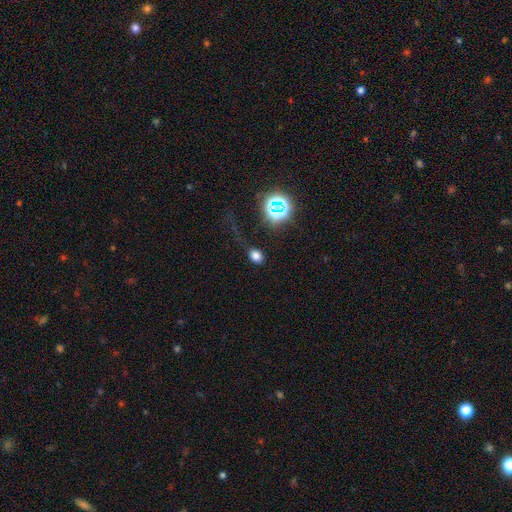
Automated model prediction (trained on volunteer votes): Smooth or featured? Predicted: smooth (p=0.70). How rounded? Predicted: in between (p=0.67). Merging? Predicted: none (p=0.74).